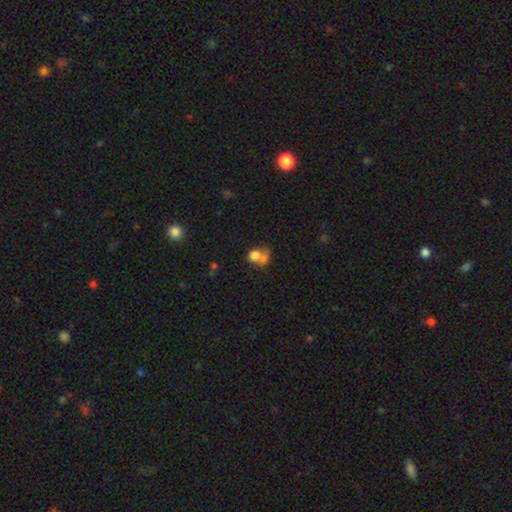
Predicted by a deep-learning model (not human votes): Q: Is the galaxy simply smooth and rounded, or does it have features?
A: smooth — 75%.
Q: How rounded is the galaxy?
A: round — 59%.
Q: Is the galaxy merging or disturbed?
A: merger — 56%.